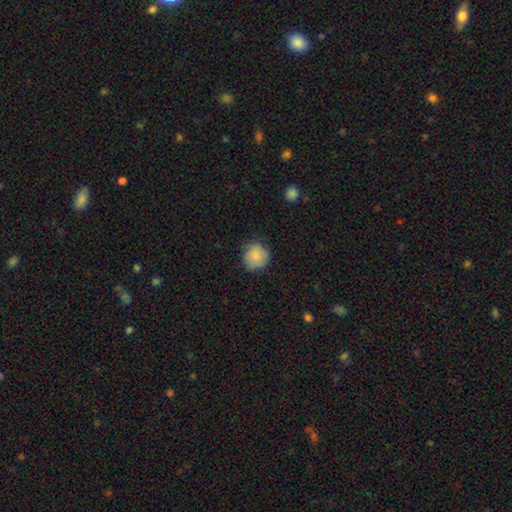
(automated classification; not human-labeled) Smooth or featured? Predicted: smooth (p=0.84). How rounded? Predicted: round (p=0.89). Merging? Predicted: none (p=0.77).